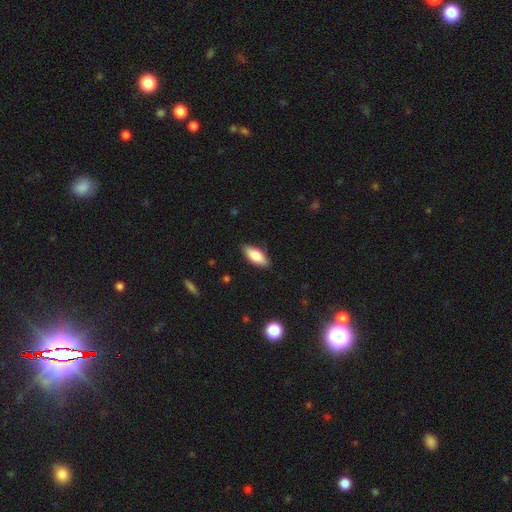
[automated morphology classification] type=smooth (80%); roundness=in between (81%); merging=none (87%).